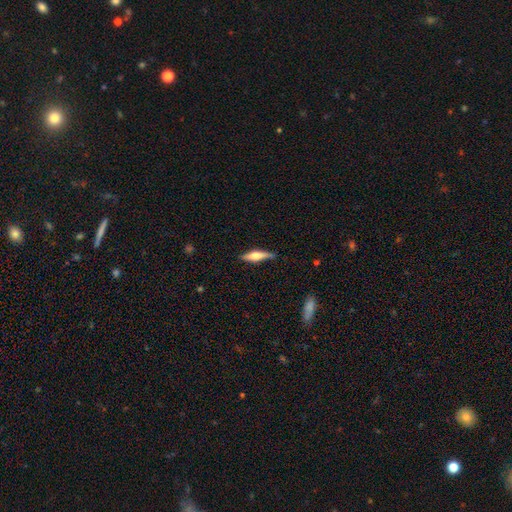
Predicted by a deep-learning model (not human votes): Smooth or featured: featured or disk — 56% (smooth — 38%)
Edge-on disk: yes — 95% (no — 5%)
Edge-on bulge: rounded — 90% (boxy — 7%)
Merging: none — 81% (minor disturbance — 15%)